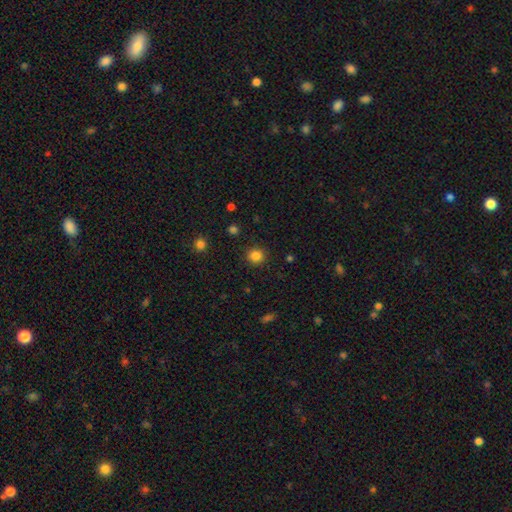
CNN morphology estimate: smooth 84%, star or artifact 12%, featured or disk 4%. Down the decision tree: how rounded — round (89%); merging — none (91%).